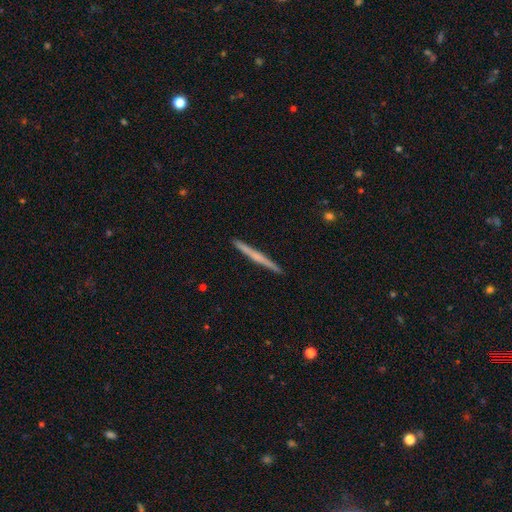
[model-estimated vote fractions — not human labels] A featured or disk galaxy (55%) viewed edge-on (98%) with no central bulge (68%).

Vote fractions:
- Smooth or featured? featured or disk: 55% / smooth: 40% / star or artifact: 6%
- Edge-on disk? yes: 98% / no: 2%
- Edge-on bulge? none: 68% / rounded: 25% / boxy: 7%
- Merging? none: 93% / minor disturbance: 5% / major disturbance: 1% / merger: 1%